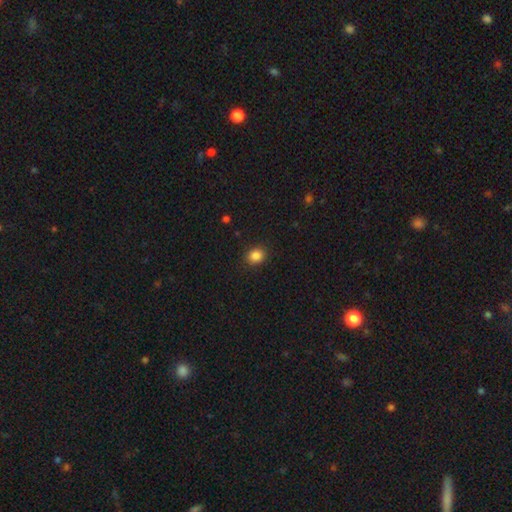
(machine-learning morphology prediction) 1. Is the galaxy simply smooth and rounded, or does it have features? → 86% smooth, 10% star or artifact, 4% featured or disk.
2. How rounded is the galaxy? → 62% round, 37% in between, 1% cigar-shaped.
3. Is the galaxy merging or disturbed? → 90% none, 7% minor disturbance, 2% major disturbance, 1% merger.